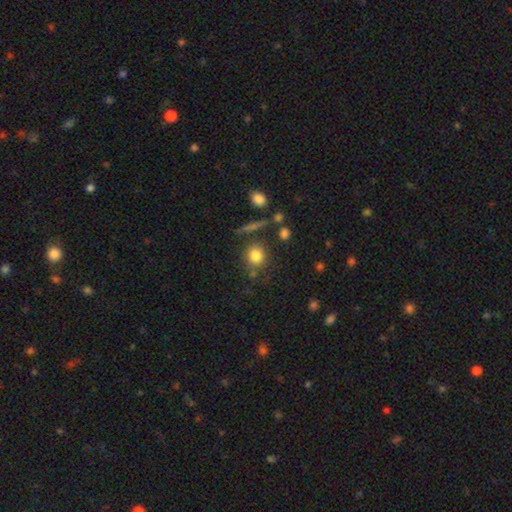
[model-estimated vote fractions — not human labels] Smooth or featured: smooth — 81% (star or artifact — 11%)
How rounded: round — 84% (in between — 14%)
Merging: none — 74% (minor disturbance — 12%)